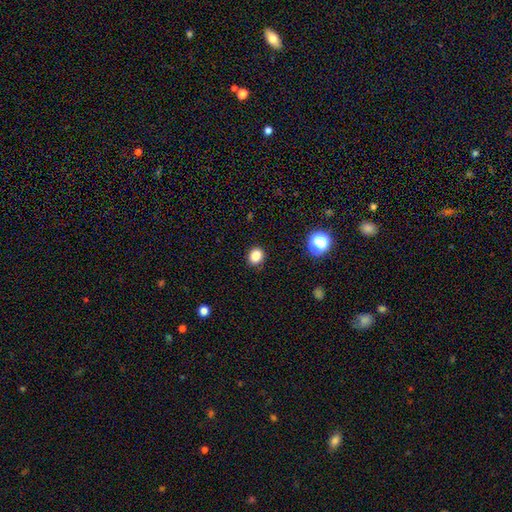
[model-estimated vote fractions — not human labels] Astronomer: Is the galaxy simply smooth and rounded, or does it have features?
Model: smooth — 84%.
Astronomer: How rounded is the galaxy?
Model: round — 64%.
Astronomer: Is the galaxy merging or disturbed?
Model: none — 87%.